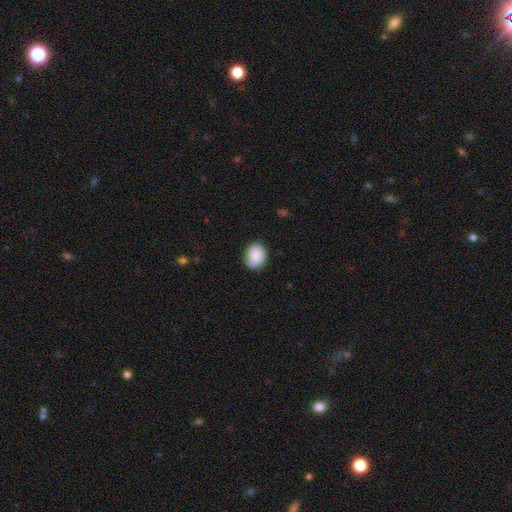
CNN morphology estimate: A smooth galaxy with no disk features (82%) that is round (52%).

Vote fractions:
- Smooth or featured? smooth: 82% / featured or disk: 11% / star or artifact: 7%
- How rounded? round: 52% / in between: 47% / cigar-shaped: 1%
- Merging? none: 77% / minor disturbance: 18% / major disturbance: 4% / merger: 1%